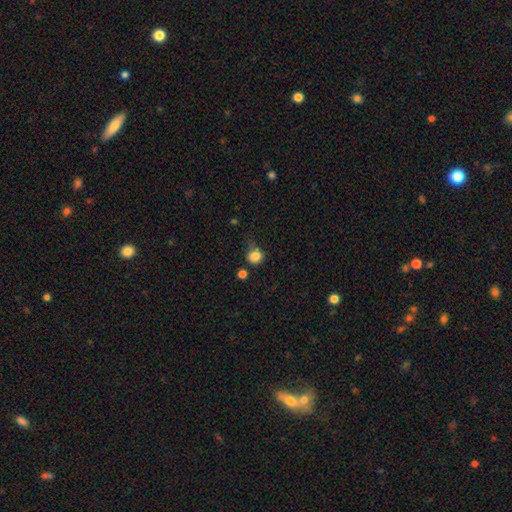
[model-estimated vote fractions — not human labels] Smooth or featured? Predicted: smooth (p=0.83). How rounded? Predicted: round (p=0.85). Merging? Predicted: none (p=0.55).